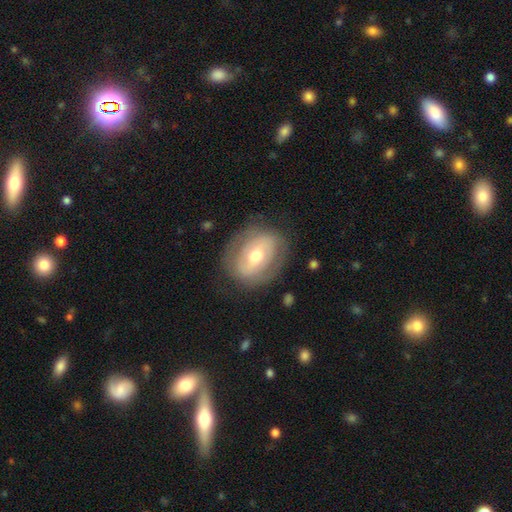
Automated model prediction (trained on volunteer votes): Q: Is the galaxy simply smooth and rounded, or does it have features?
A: featured or disk — 57%.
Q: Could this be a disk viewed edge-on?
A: no — 94%.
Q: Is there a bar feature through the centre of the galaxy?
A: no — 42%.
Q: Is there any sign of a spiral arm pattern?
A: no — 56%.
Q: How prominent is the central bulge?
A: moderate — 71%.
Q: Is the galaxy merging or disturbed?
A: none — 74%.